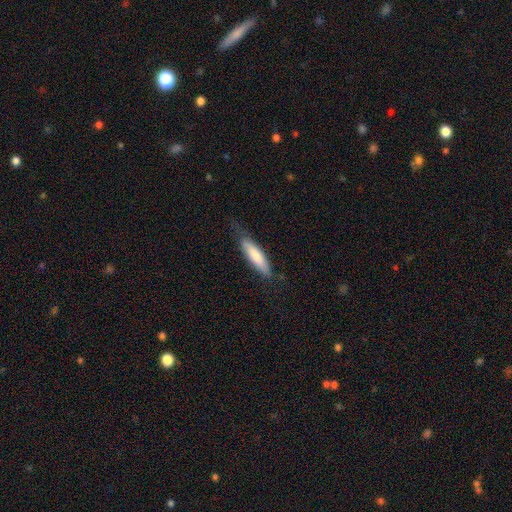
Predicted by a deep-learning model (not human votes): The model was most divided on "how rounded": cigar-shaped: 67%, in between: 32%, round: 1%. More confident: smooth or featured — smooth (79%); merging — none (67%).